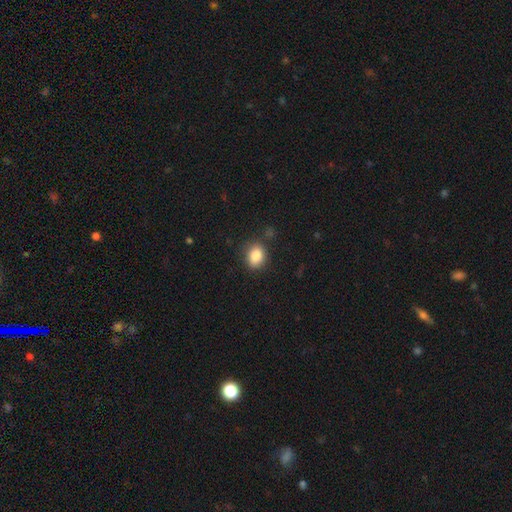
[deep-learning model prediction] Smooth or featured: smooth — 86% (star or artifact — 9%)
How rounded: in between — 56% (round — 43%)
Merging: none — 79% (minor disturbance — 15%)